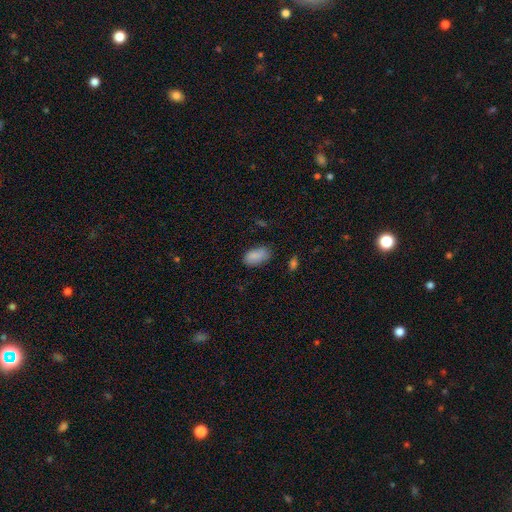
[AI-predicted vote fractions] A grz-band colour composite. It shows a smooth galaxy with no disk features (85%) that is in between round and cigar-shaped (93%). Merging: none (70%).